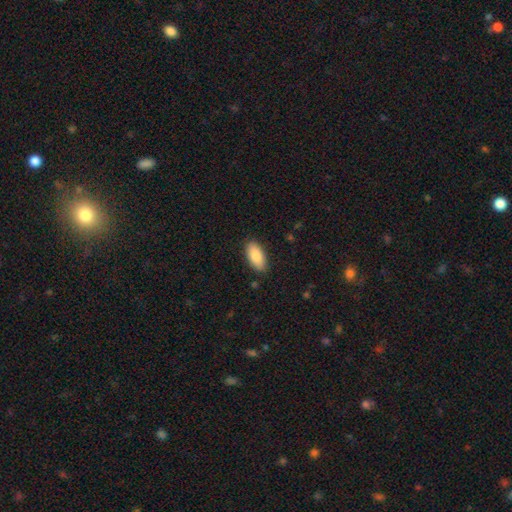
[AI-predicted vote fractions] This is clearly a smooth galaxy (85%). How rounded: clearly in between (90%). Merging: clearly none (88%).